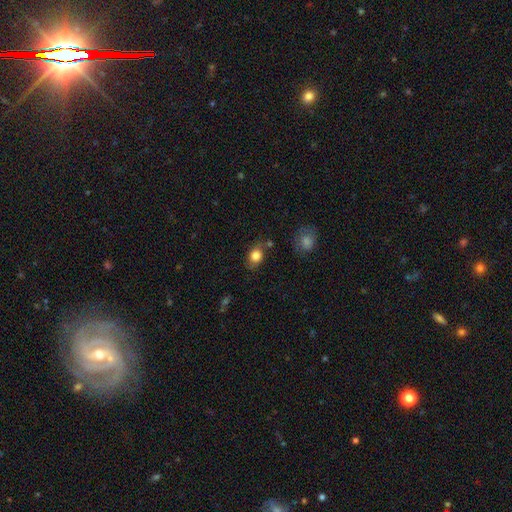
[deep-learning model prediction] A smooth galaxy with no disk features (81%) that is in between round and cigar-shaped (59%). Merging: none (70%).